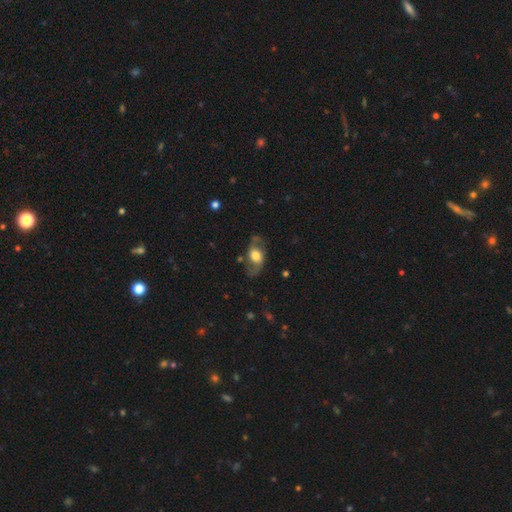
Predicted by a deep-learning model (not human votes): smooth-or-featured: featured or disk: 58% | smooth: 35% | star or artifact: 7%
  disk-edge-on: no: 92% | yes: 8%
    bar: no: 65% | weak: 27% | strong: 8%
    has-spiral-arms: yes: 74% | no: 26%
    bulge-size: large: 44% | moderate: 42% | small: 7% | dominant: 6% | none: 2%
  merging: none: 68% | minor disturbance: 18% | major disturbance: 12% | merger: 2%